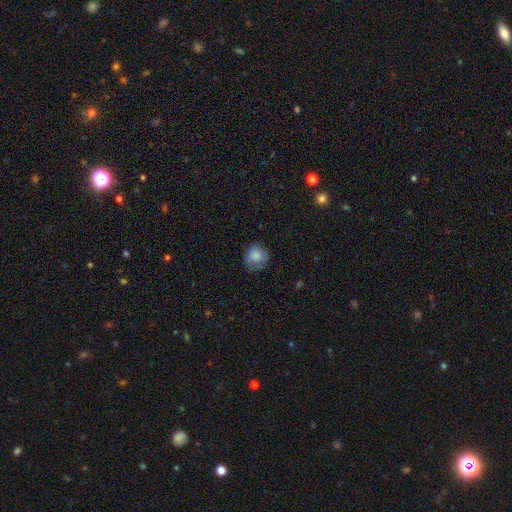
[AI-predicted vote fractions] Smooth or featured? smooth (83%)
How rounded? round (87%)
Merging? none (68%)